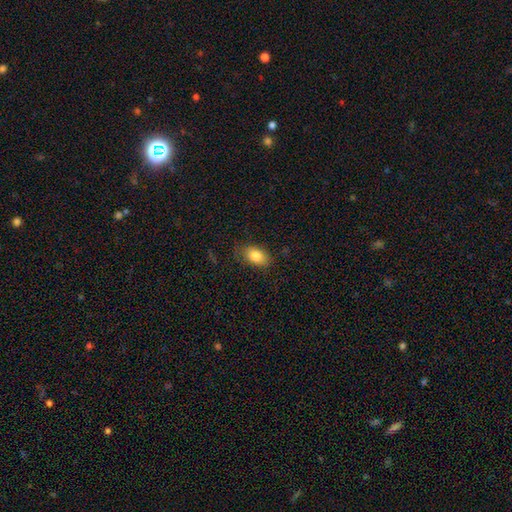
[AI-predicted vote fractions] Smooth or featured? Predicted: smooth (p=0.84). How rounded? Predicted: in between (p=0.89). Merging? Predicted: none (p=0.80).